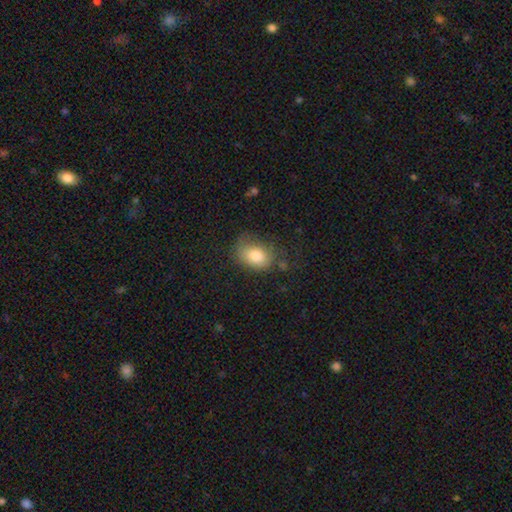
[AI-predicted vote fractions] Smooth or featured? Predicted: smooth (p=0.80). How rounded? Predicted: in between (p=0.72). Merging? Predicted: none (p=0.59).